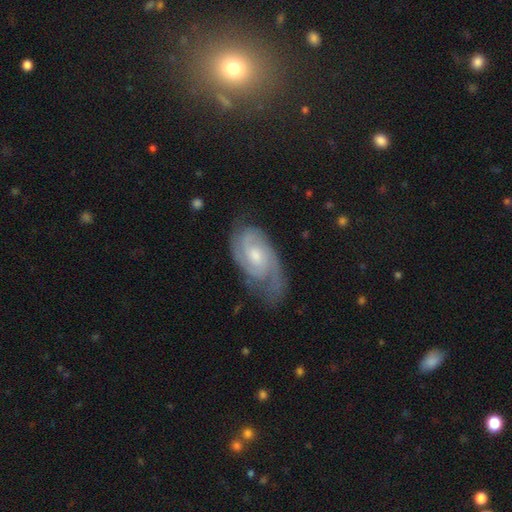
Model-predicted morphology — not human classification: Overall: featured or disk (85%). Edge-on disk: no (96%). Bar: no (58%; weak 37%). Spiral arms: yes (97%). Spiral arm count: 2 (70%). Spiral winding: tight (56%; medium 36%). Bulge size: moderate (55%; small 36%). Merging: none (65%).